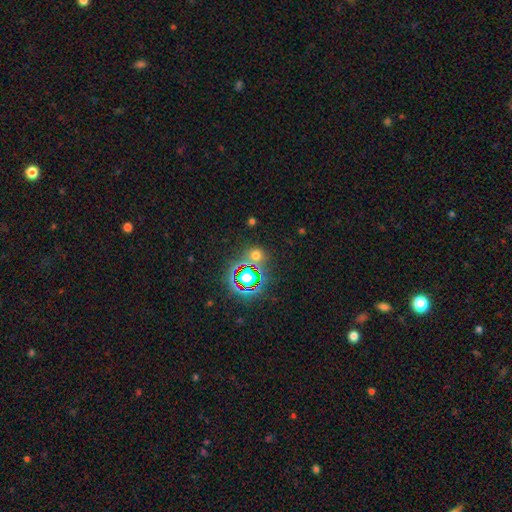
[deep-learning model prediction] Smooth or featured? Predicted: smooth (p=0.50). How rounded? Predicted: round (p=0.84). Merging? Predicted: none (p=0.74).